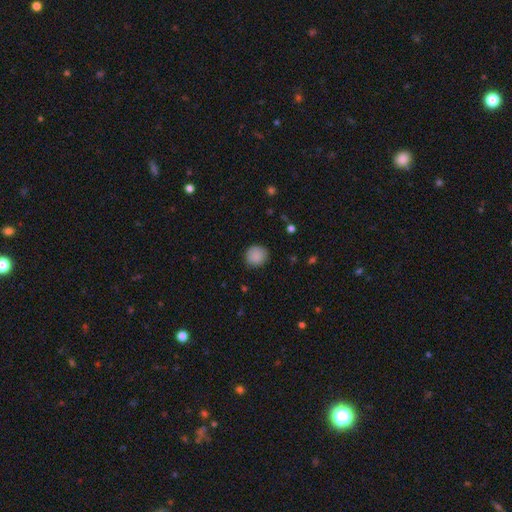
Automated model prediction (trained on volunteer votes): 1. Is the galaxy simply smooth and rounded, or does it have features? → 88% smooth, 8% star or artifact, 4% featured or disk.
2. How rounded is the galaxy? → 89% round, 10% in between, 1% cigar-shaped.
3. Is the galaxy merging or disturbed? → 86% none, 11% minor disturbance, 3% major disturbance, 1% merger.